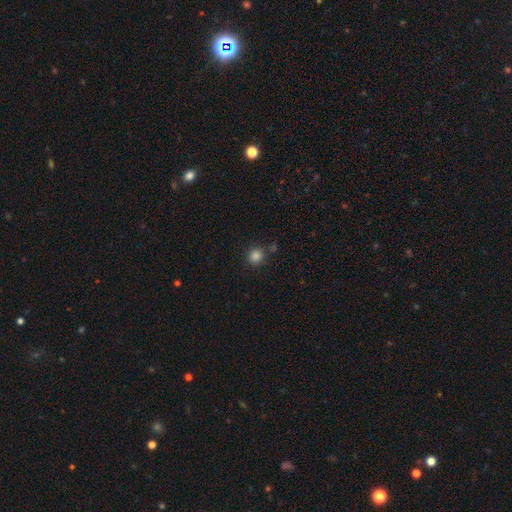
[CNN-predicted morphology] Q: Smooth or featured?
A: smooth (84%); runner-up: star or artifact (12%)
Q: How rounded?
A: round (89%); runner-up: in between (10%)
Q: Merging?
A: none (83%); runner-up: minor disturbance (9%)